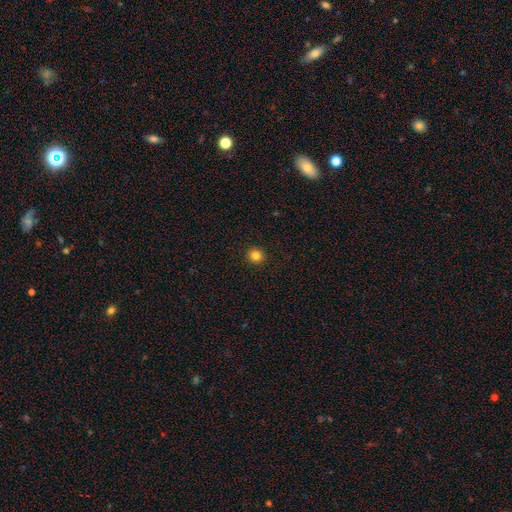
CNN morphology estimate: smooth-or-featured: smooth: 82% | star or artifact: 12% | featured or disk: 5%
  how-rounded: round: 93% | in between: 6% | cigar-shaped: 1%
  merging: none: 93% | minor disturbance: 5% | major disturbance: 2% | merger: 1%